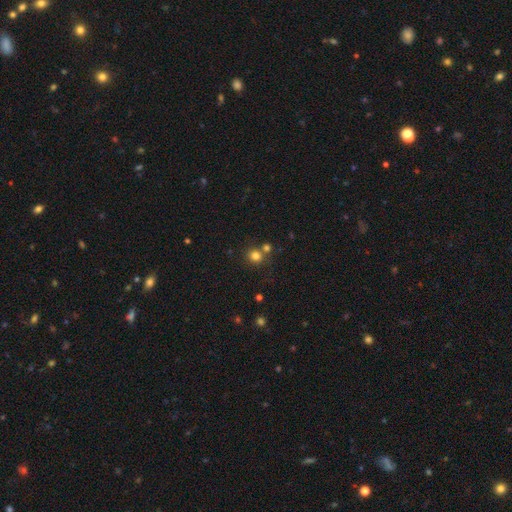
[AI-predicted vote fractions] Smooth or featured? smooth (79%)
How rounded? round (89%)
Merging? none (67%)